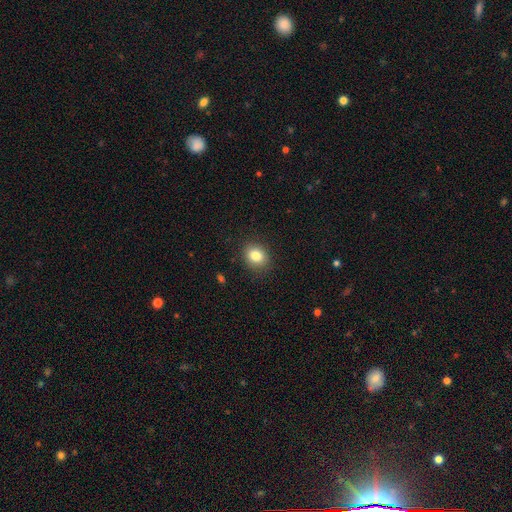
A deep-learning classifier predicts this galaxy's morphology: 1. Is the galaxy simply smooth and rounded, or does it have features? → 83% smooth, 10% star or artifact, 7% featured or disk.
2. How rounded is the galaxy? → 61% round, 38% in between, 1% cigar-shaped.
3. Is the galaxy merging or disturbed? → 88% none, 8% minor disturbance, 2% major disturbance, 1% merger.